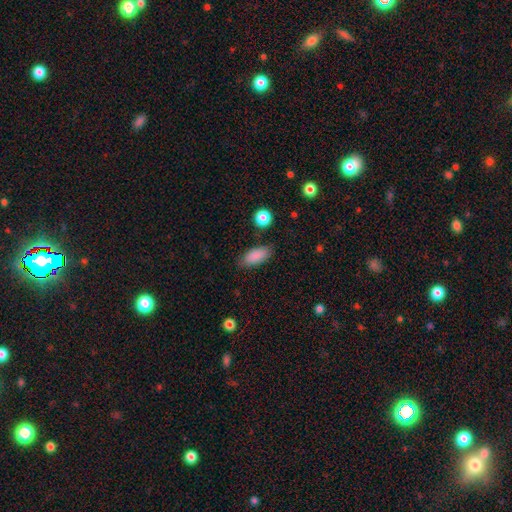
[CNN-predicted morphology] A smooth galaxy with no disk features (88%) that is in between round and cigar-shaped (86%).

Vote fractions:
- Smooth or featured? smooth: 88% / star or artifact: 7% / featured or disk: 5%
- How rounded? in between: 86% / cigar-shaped: 11% / round: 3%
- Merging? none: 83% / minor disturbance: 12% / major disturbance: 3% / merger: 2%